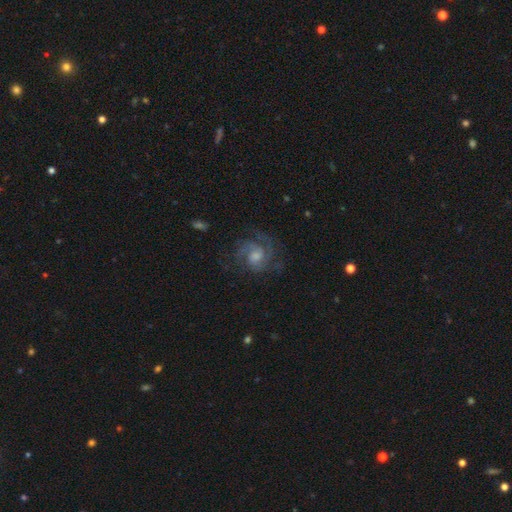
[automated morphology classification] Smooth or featured?
  - featured or disk: 84% *
  - smooth: 8%
  - star or artifact: 8%
Edge-on disk?
  - no: 98% *
  - yes: 2%
Bar?
  - no: 56% *
  - weak: 38%
  - strong: 6%
Spiral arms?
  - yes: 97% *
  - no: 3%
Spiral winding?
  - tight: 46% *
  - medium: 44%
  - loose: 9%
Spiral arm count?
  - 3: 35% *
  - 2: 27%
  - can't tell: 18%
  - 4: 9%
  - 1: 6%
  - more than 4: 5%
Bulge size?
  - moderate: 49% *
  - small: 26%
  - large: 12%
  - none: 10%
  - dominant: 2%
Merging?
  - none: 73% *
  - minor disturbance: 15%
  - major disturbance: 11%
  - merger: 1%